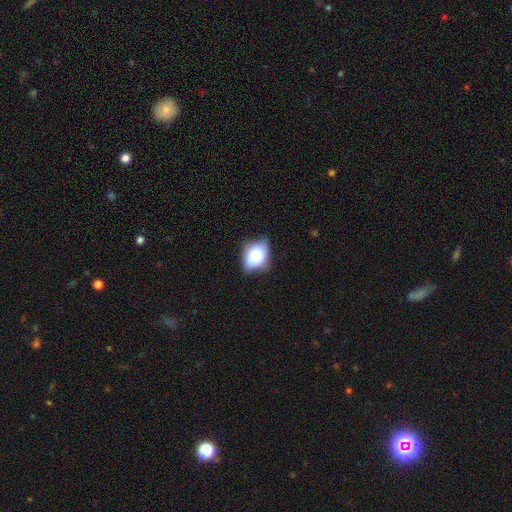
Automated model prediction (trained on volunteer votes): Morphology: type=smooth (77%); roundness=in between (70%); merging=none (61%).